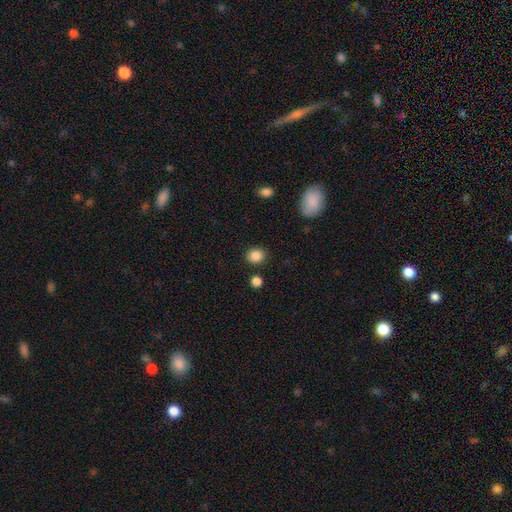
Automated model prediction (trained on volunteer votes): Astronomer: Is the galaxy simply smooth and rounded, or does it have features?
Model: smooth — 86%.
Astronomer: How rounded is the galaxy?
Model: round — 72%.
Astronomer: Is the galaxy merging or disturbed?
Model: none — 86%.